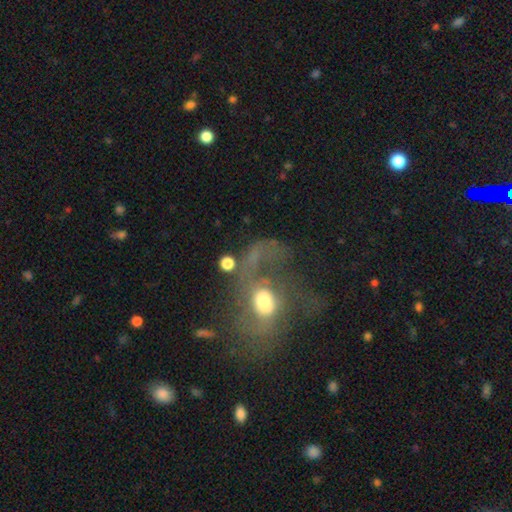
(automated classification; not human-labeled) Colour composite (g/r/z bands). It shows a featured or disk galaxy (63%) with no bar (60%), spiral arms (68%) and a moderate central bulge (58%). Merging: major disturbance (45%).